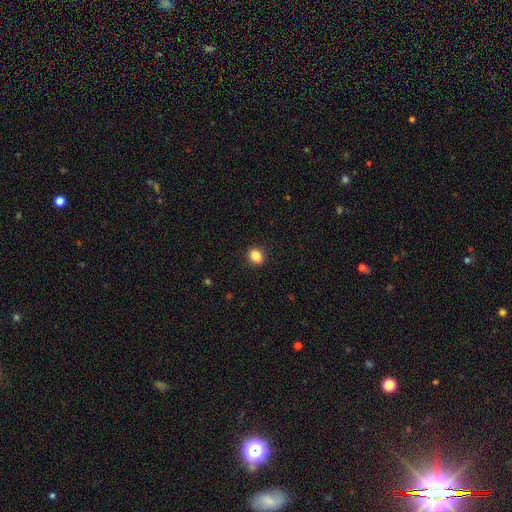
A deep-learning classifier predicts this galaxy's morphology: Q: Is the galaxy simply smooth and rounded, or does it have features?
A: smooth — 86%.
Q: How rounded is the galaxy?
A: round — 52%.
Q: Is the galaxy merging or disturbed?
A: none — 90%.